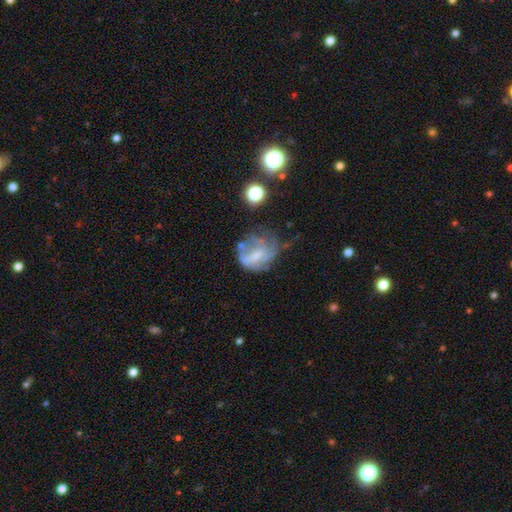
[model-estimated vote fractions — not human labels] smooth_or_featured: featured or disk (p=0.52) [alt: smooth p=0.35]
disk_edge_on: no (p=0.97) [alt: yes p=0.03]
bar: no (p=0.49) [alt: weak p=0.39]
has_spiral_arms: no (p=0.58) [alt: yes p=0.42]
bulge_size: small (p=0.36) [alt: none p=0.32]
merging: major disturbance (p=0.35) [alt: none p=0.32]